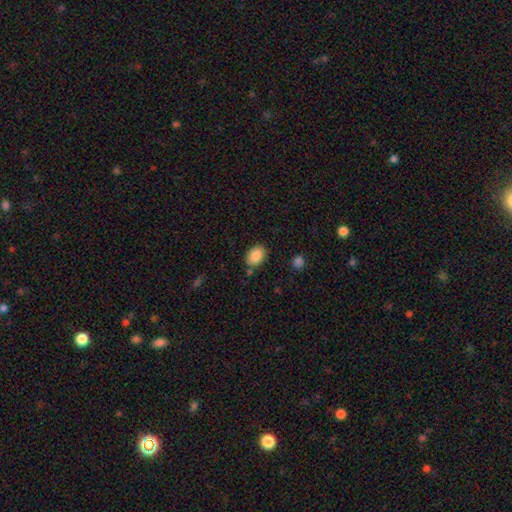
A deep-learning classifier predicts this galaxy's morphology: Smooth or featured? Predicted: smooth (p=0.88). How rounded? Predicted: in between (p=0.82). Merging? Predicted: none (p=0.80).